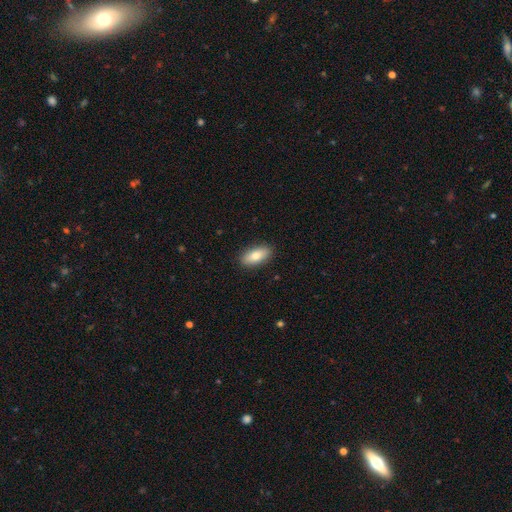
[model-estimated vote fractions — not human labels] The model was most divided on "smooth or featured": smooth: 80%, featured or disk: 13%, star or artifact: 7%. More confident: merging — none (89%); how rounded — in between (85%).